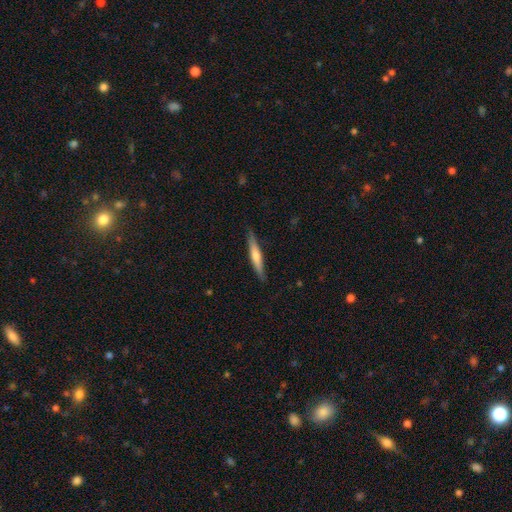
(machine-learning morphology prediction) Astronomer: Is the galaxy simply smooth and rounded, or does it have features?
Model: smooth — 49% (runner-up: featured or disk, 46%).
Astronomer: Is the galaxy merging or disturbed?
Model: none — 87%.